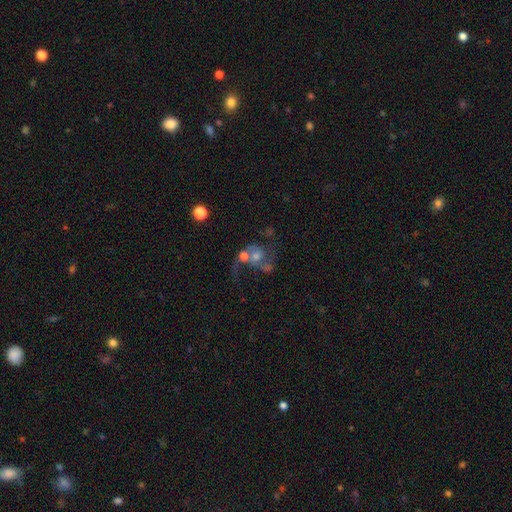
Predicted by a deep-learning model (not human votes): Smooth or featured? featured or disk (67%)
Edge-on disk? no (97%)
Bar? no (72%)
Spiral arms? yes (82%)
Spiral winding? loose (61%)
Spiral arm count? 2 (71%)
Bulge size? moderate (48%)
Merging? merger (40%)